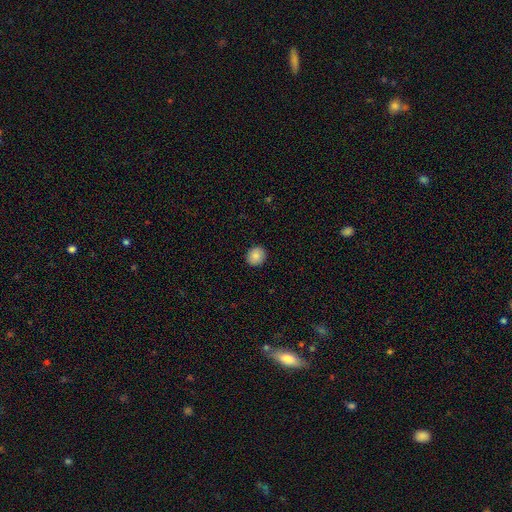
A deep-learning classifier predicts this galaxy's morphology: Smooth or featured? Predicted: smooth (p=0.85). How rounded? Predicted: round (p=0.83). Merging? Predicted: none (p=0.91).